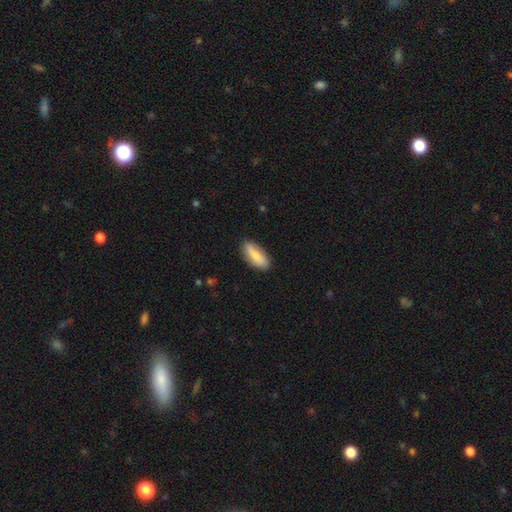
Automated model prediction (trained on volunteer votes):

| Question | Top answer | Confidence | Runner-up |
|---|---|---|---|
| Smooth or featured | smooth | 80% | featured or disk (14%) |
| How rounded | in between | 76% | cigar-shaped (22%) |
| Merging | none | 83% | minor disturbance (13%) |